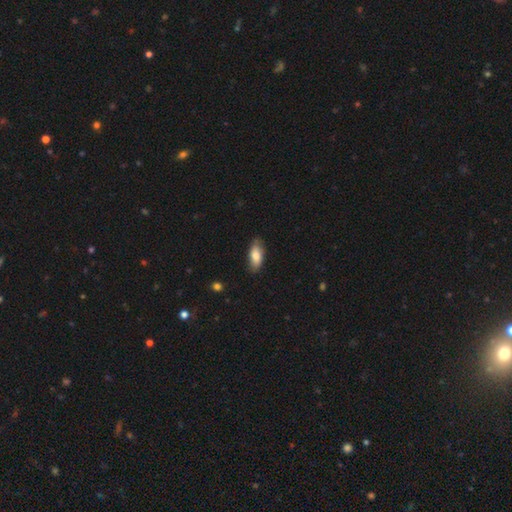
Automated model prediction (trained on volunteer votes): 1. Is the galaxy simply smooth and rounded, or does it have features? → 80% smooth, 14% featured or disk, 6% star or artifact.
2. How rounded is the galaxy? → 85% in between, 12% cigar-shaped, 2% round.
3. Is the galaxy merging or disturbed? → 79% none, 17% minor disturbance, 3% major disturbance, 1% merger.